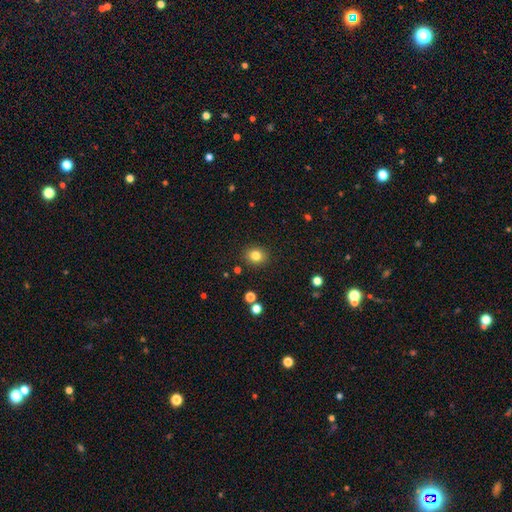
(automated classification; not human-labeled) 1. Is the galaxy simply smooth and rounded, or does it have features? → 81% smooth, 12% star or artifact, 7% featured or disk.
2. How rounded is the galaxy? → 75% round, 24% in between, 1% cigar-shaped.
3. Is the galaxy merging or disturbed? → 88% none, 7% minor disturbance, 2% major disturbance, 2% merger.